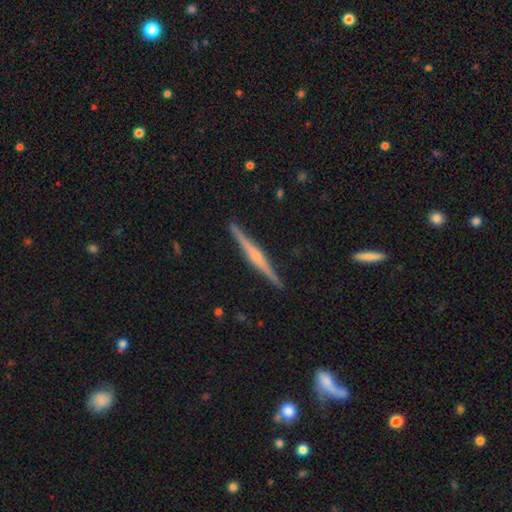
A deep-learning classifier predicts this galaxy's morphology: A featured or disk galaxy (80%) viewed edge-on (99%) with a rounded central bulge (70%).

Vote fractions:
- Smooth or featured? featured or disk: 80% / smooth: 15% / star or artifact: 5%
- Edge-on disk? yes: 99% / no: 1%
- Edge-on bulge? rounded: 70% / none: 16% / boxy: 14%
- Merging? none: 92% / minor disturbance: 6% / major disturbance: 1% / merger: 1%